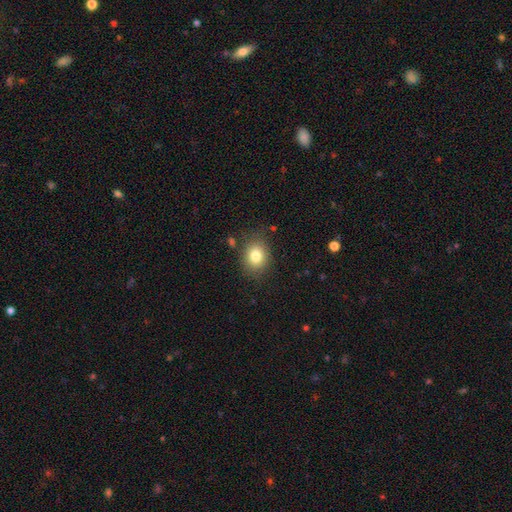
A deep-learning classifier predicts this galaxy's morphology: smooth-or-featured: smooth: 81% | star or artifact: 10% | featured or disk: 8%
  how-rounded: round: 53% | in between: 46% | cigar-shaped: 1%
  merging: none: 80% | minor disturbance: 14% | major disturbance: 4% | merger: 3%